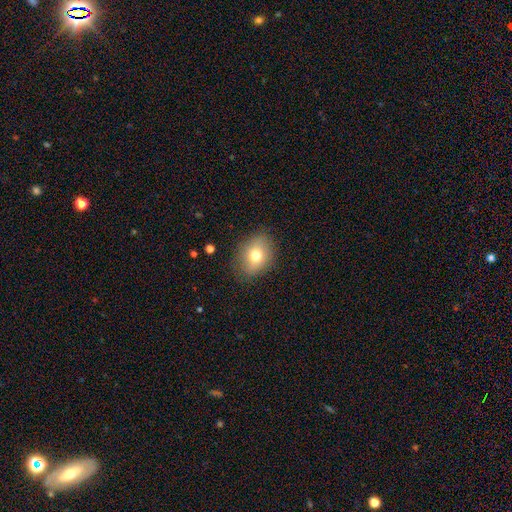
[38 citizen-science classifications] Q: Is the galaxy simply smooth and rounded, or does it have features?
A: smooth — 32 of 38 (84%).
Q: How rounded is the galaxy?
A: in between — 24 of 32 (75%).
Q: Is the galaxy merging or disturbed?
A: none — 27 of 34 (79%).